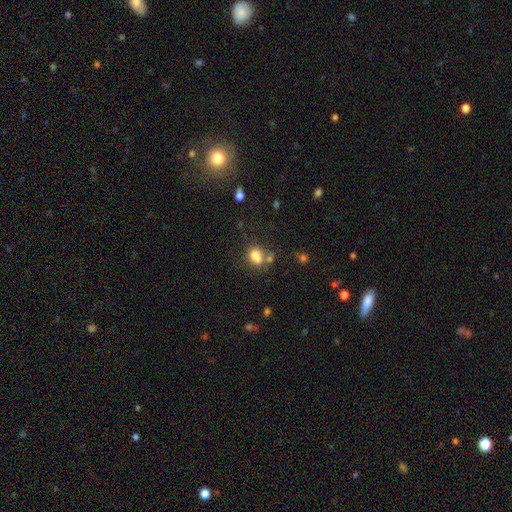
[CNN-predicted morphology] Smooth or featured? Predicted: smooth (p=0.74). How rounded? Predicted: round (p=0.52). Merging? Predicted: merger (p=0.42).